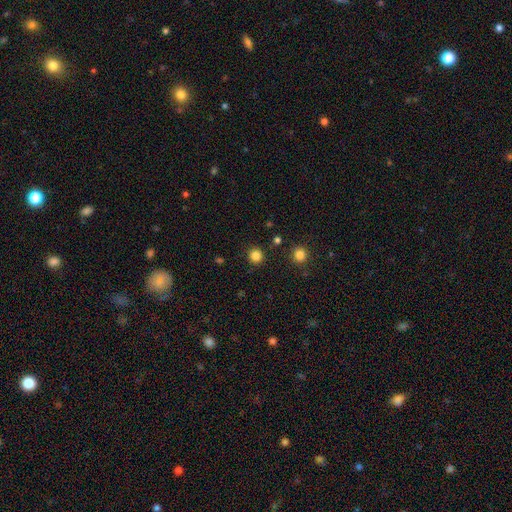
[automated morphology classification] Smooth or featured: smooth — 84% (star or artifact — 13%)
How rounded: round — 94% (in between — 5%)
Merging: none — 91% (minor disturbance — 5%)